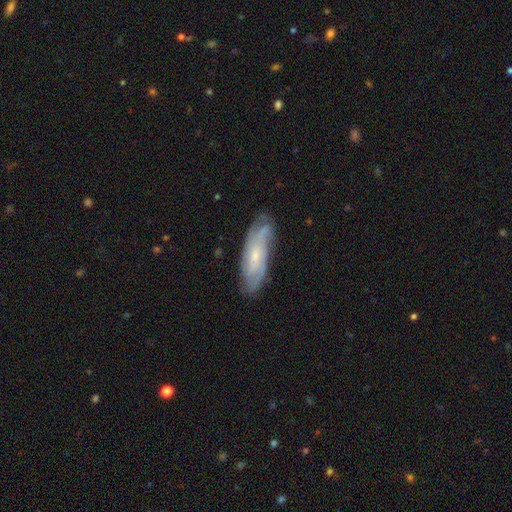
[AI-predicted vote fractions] Smooth or featured: featured or disk — 69% (smooth — 24%)
Edge-on disk: no — 82% (yes — 18%)
Bar: no — 56% (weak — 36%)
Spiral arms: yes — 90% (no — 10%)
Spiral winding: tight — 53% (medium — 35%)
Spiral arm count: can't tell — 45% (2 — 21%)
Bulge size: small — 62% (moderate — 26%)
Merging: none — 76% (minor disturbance — 18%)